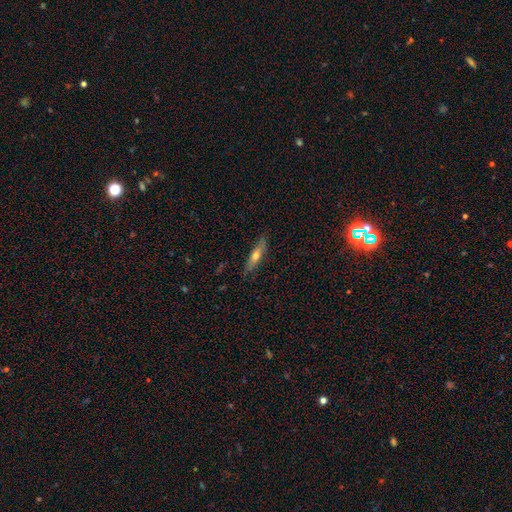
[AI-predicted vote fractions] A smooth galaxy with no disk features (53%) that is cigar-shaped (75%). Merging: none (82%).